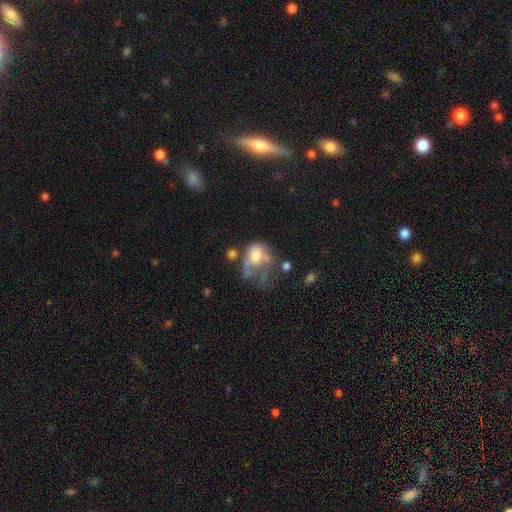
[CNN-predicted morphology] Smooth or featured? Predicted: smooth (p=0.51). How rounded? Predicted: in between (p=0.58). Merging? Predicted: major disturbance (p=0.47).